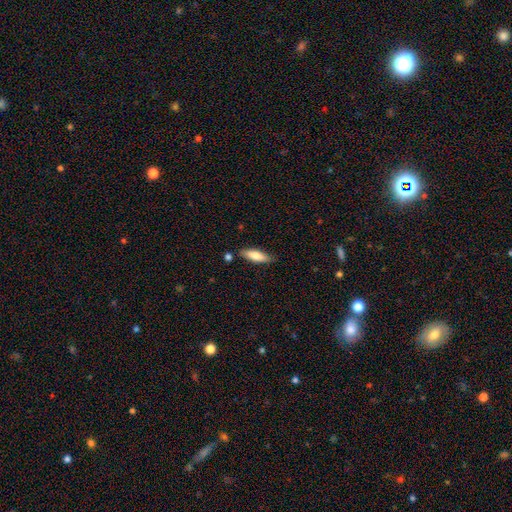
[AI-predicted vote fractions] Q: Smooth or featured?
A: smooth (77%); runner-up: featured or disk (17%)
Q: How rounded?
A: cigar-shaped (50%); runner-up: in between (48%)
Q: Merging?
A: none (81%); runner-up: minor disturbance (13%)